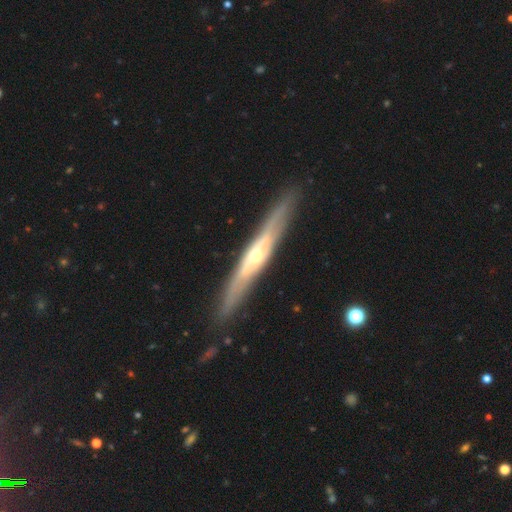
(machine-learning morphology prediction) The model was most divided on "smooth or featured": featured or disk: 75%, smooth: 20%, star or artifact: 5%. More confident: merging — none (88%); edge-on disk — yes (88%); edge-on bulge — rounded (78%).